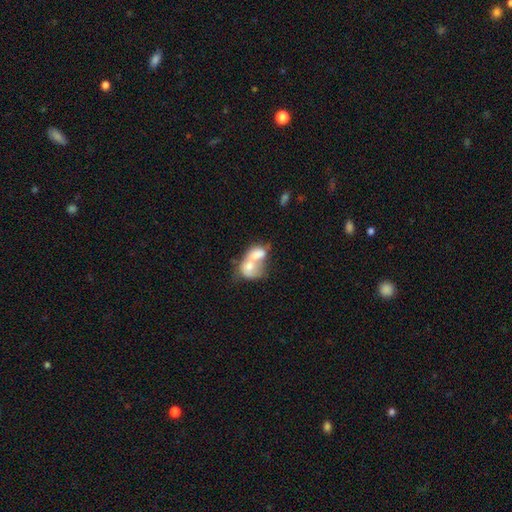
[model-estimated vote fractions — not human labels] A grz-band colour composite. It shows a smooth galaxy with no disk features (54%) that is in between round and cigar-shaped (67%). Merging: merger (78%).